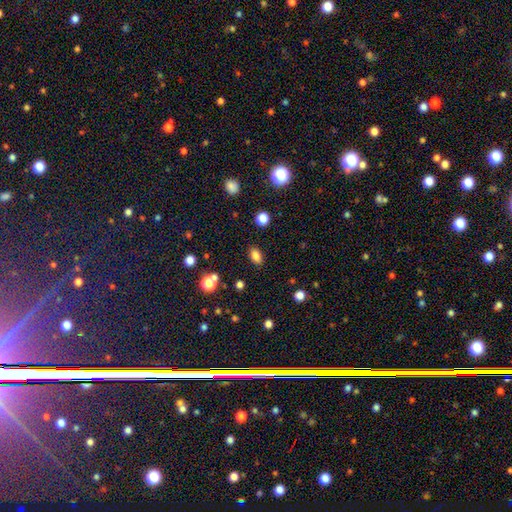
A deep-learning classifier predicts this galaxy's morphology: A smooth galaxy with no disk features (83%) that is in between round and cigar-shaped (86%).

Vote fractions:
- Smooth or featured? smooth: 83% / star or artifact: 12% / featured or disk: 6%
- How rounded? in between: 86% / round: 11% / cigar-shaped: 3%
- Merging? none: 86% / minor disturbance: 9% / major disturbance: 3% / merger: 2%